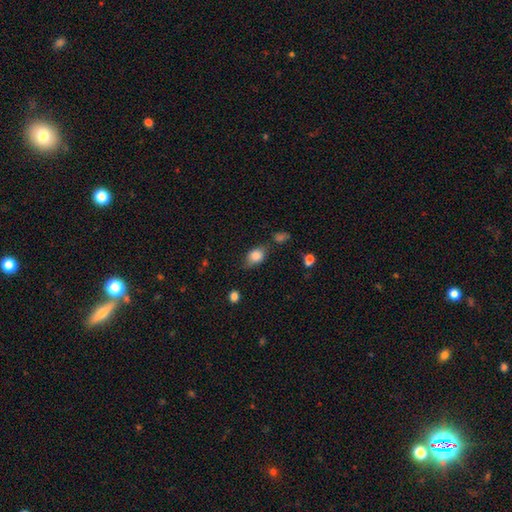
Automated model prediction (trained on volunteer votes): Smooth or featured? Predicted: smooth (p=0.81). How rounded? Predicted: in between (p=0.76). Merging? Predicted: none (p=0.63).